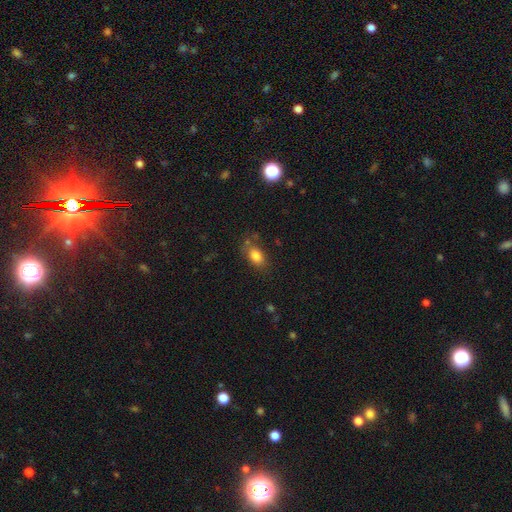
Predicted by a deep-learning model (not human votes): This is clearly a smooth galaxy (82%). How rounded: clearly in between (86%). Merging: likely none (67%).